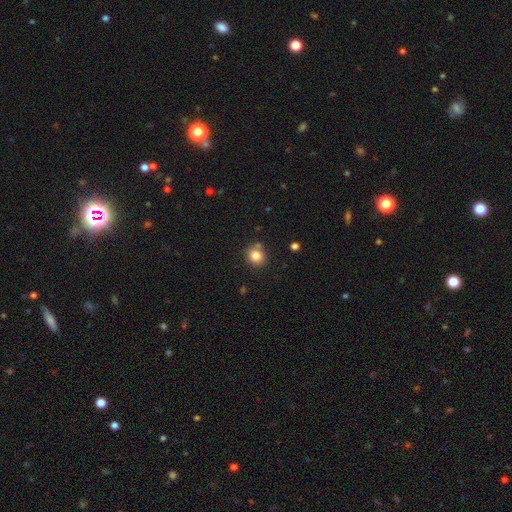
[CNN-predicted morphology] Smooth or featured?
  - smooth: 83% *
  - star or artifact: 11%
  - featured or disk: 6%
How rounded?
  - round: 84% *
  - in between: 15%
  - cigar-shaped: 1%
Merging?
  - none: 78% *
  - minor disturbance: 12%
  - merger: 7%
  - major disturbance: 3%